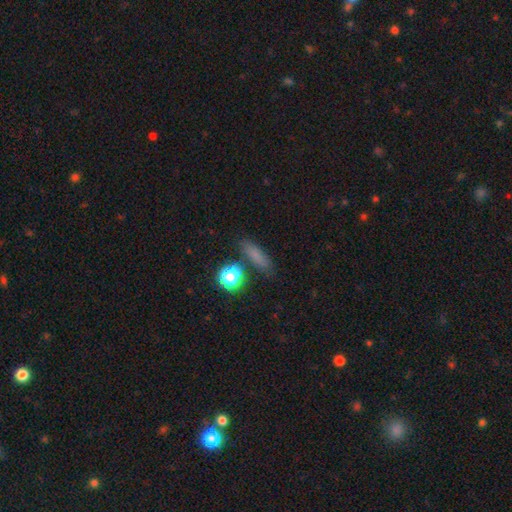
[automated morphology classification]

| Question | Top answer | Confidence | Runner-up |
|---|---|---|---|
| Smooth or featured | smooth | 73% | star or artifact (16%) |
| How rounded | cigar-shaped | 60% | in between (29%) |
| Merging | none | 79% | minor disturbance (12%) |